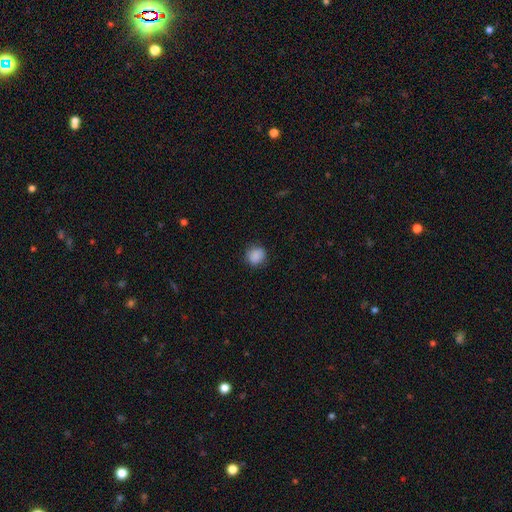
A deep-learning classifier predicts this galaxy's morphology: Smooth or featured: smooth — 87% (star or artifact — 9%)
How rounded: round — 82% (in between — 17%)
Merging: none — 83% (minor disturbance — 12%)